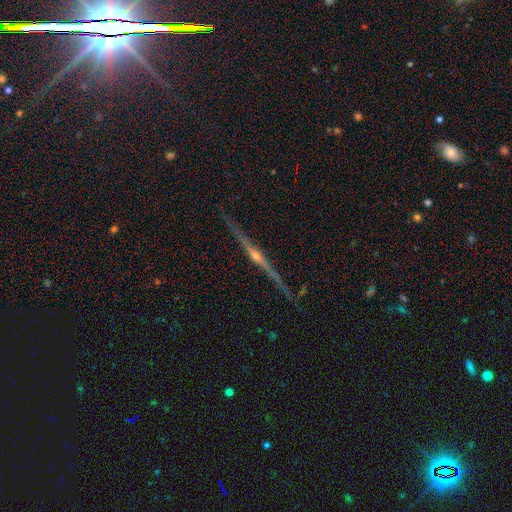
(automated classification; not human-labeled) smooth_or_featured: featured or disk (p=0.86) [alt: smooth p=0.08]
disk_edge_on: yes (p=0.98) [alt: no p=0.02]
edge_on_bulge: rounded (p=0.86) [alt: none p=0.08]
merging: none (p=0.86) [alt: minor disturbance p=0.10]